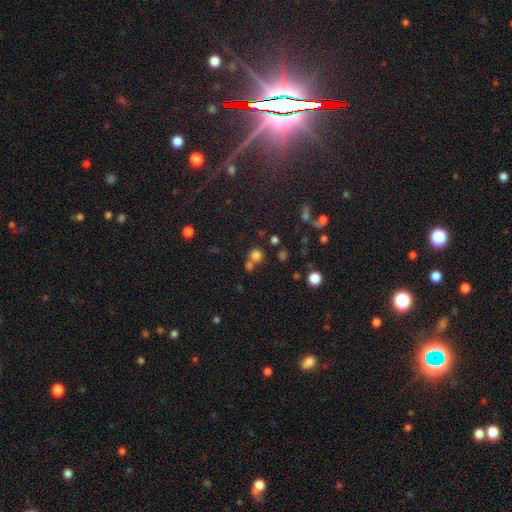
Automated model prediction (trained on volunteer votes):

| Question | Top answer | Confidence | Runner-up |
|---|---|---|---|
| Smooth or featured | smooth | 73% | star or artifact (19%) |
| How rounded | round | 88% | in between (11%) |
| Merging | none | 55% | merger (34%) |